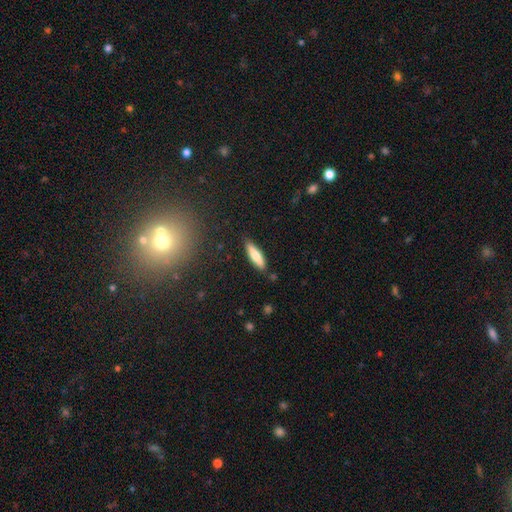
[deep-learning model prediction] This appears to be a smooth galaxy with no disk features (75%) that is cigar-shaped (68%). Merging: none (84%).